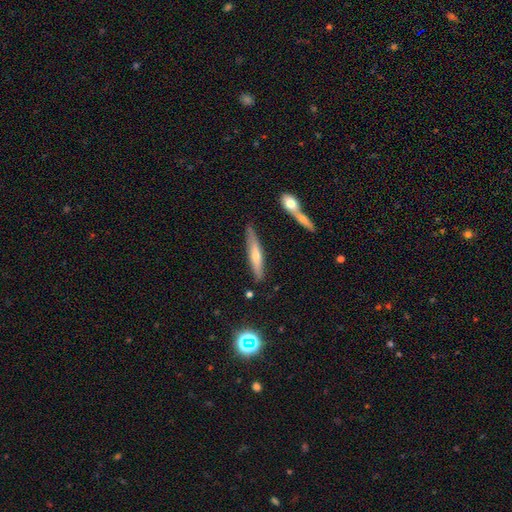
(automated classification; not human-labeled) Smooth or featured?
  - smooth: 46% * (tied)
  - featured or disk: 46% * (tied)
  - star or artifact: 8%
Merging?
  - none: 78% *
  - minor disturbance: 13%
  - merger: 7%
  - major disturbance: 3%